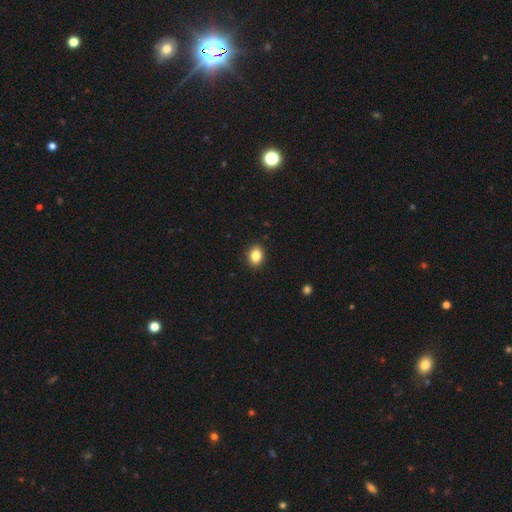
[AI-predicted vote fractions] Smooth or featured? smooth (85%)
How rounded? in between (54%)
Merging? none (91%)